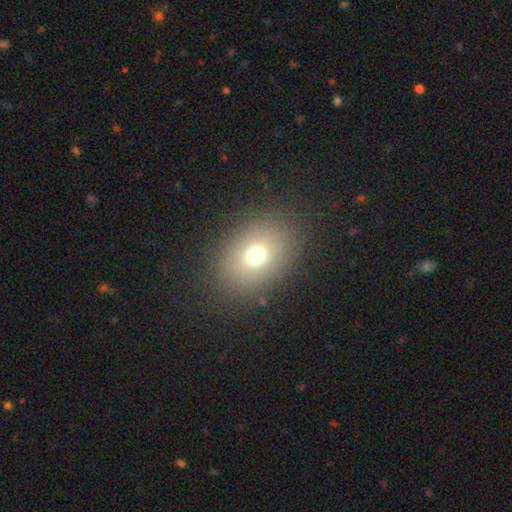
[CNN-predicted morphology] smooth_or_featured: smooth (p=0.69) [alt: star or artifact p=0.18]
how_rounded: in between (p=0.57) [alt: round p=0.42]
merging: none (p=0.84) [alt: minor disturbance p=0.09]